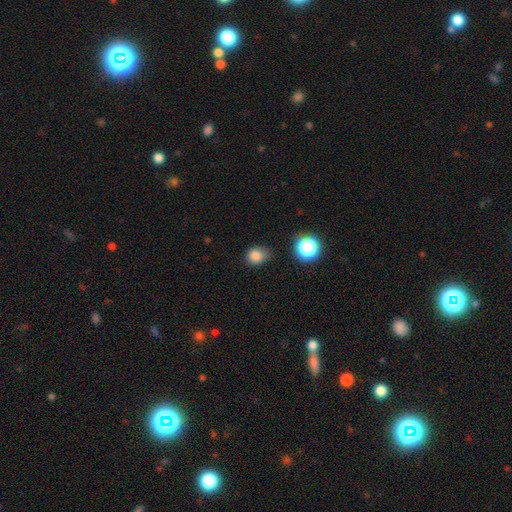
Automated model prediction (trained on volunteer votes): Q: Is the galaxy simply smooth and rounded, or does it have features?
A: smooth — 82%.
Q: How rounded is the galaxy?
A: round — 63%.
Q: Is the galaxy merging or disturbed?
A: none — 73%.